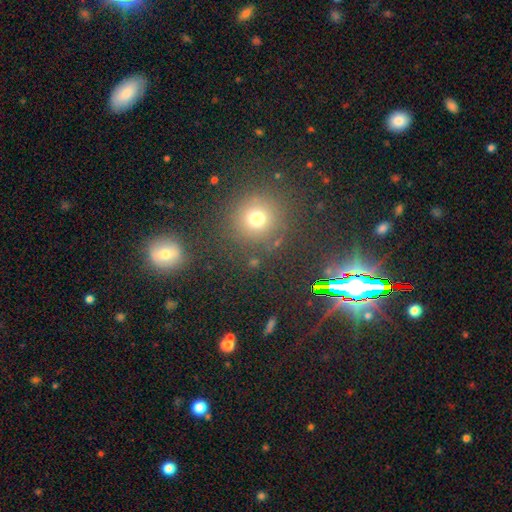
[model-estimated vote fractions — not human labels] This appears to be a star or artifact, not a galaxy (52%).